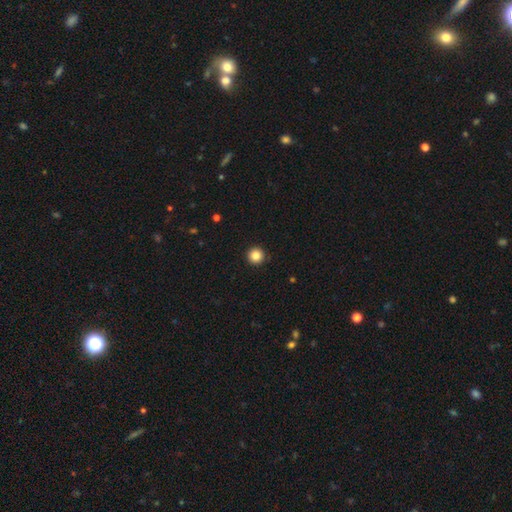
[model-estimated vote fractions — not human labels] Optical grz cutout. It shows a smooth galaxy with no disk features (84%) that is round (97%). Merging: none (93%).